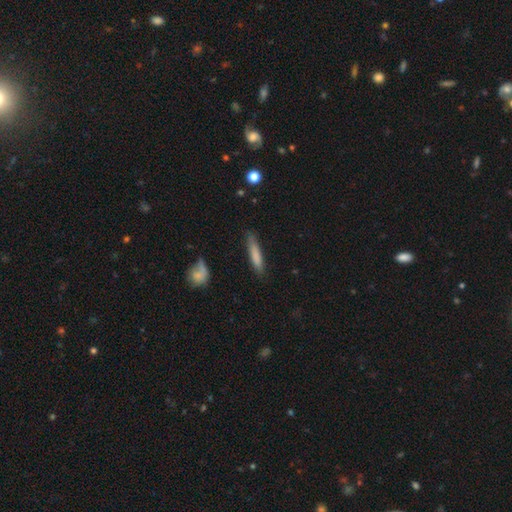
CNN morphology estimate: smooth-or-featured: smooth: 78% | featured or disk: 16% | star or artifact: 6%
  how-rounded: cigar-shaped: 86% | in between: 12% | round: 2%
  merging: none: 78% | minor disturbance: 16% | major disturbance: 3% | merger: 2%